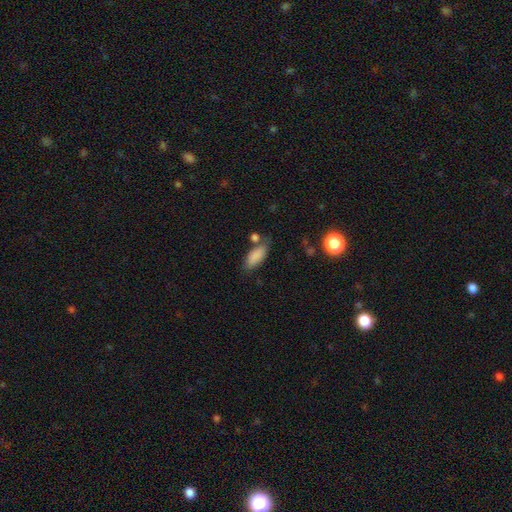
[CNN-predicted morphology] This appears to be a smooth galaxy with no disk features (87%) that is in between round and cigar-shaped (83%). Merging: none (66%).